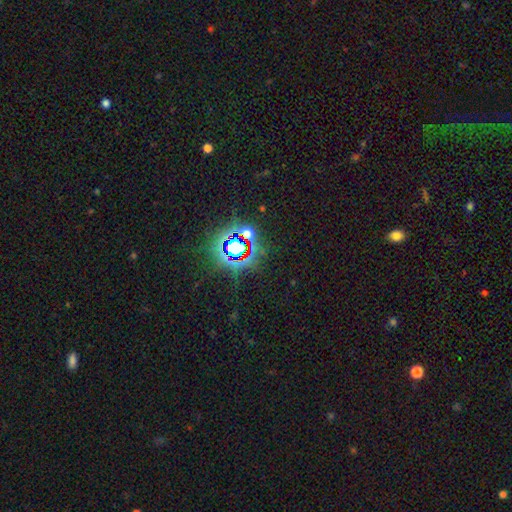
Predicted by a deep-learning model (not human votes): A star or artifact, not a galaxy (82%).